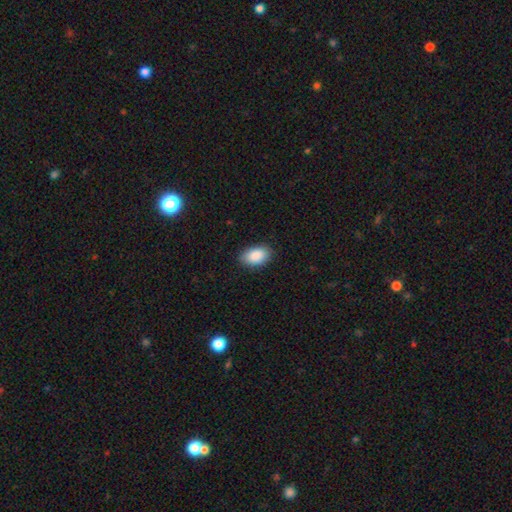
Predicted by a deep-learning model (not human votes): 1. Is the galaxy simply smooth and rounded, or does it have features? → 90% smooth, 6% star or artifact, 4% featured or disk.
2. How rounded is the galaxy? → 93% in between, 6% round, 1% cigar-shaped.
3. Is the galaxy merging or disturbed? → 87% none, 10% minor disturbance, 2% major disturbance, 1% merger.